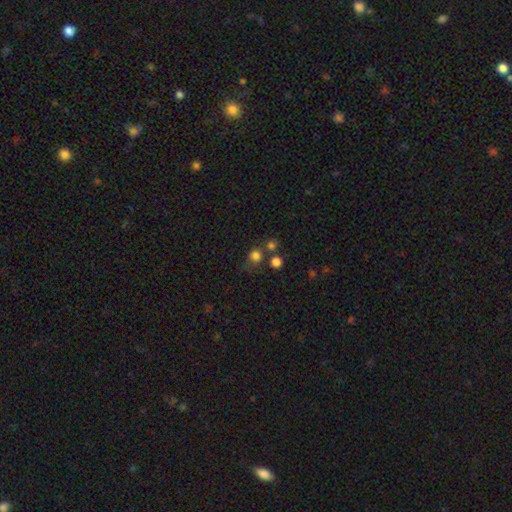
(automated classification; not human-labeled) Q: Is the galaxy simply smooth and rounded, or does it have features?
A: smooth — 76%.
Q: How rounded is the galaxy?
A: round — 87%.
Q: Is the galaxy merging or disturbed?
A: none — 62%.